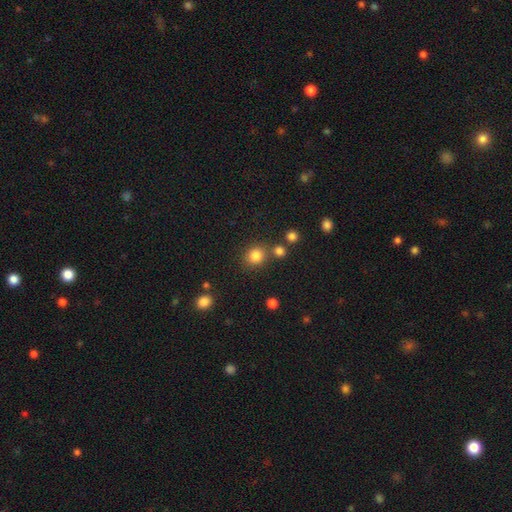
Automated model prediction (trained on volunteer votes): Overall: smooth (82%). How rounded: round (83%). Merging: none (76%).